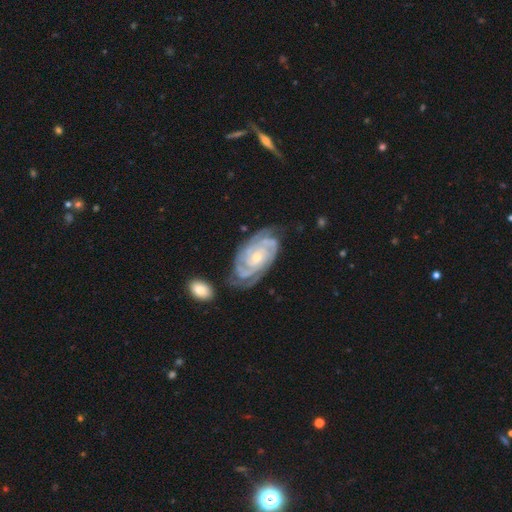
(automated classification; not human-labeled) This appears to be a featured or disk galaxy (86%) with no bar (67%), 2 (31%) tight (78%) spiral arms (97%) and a small central bulge (55%). Merging: none (77%).